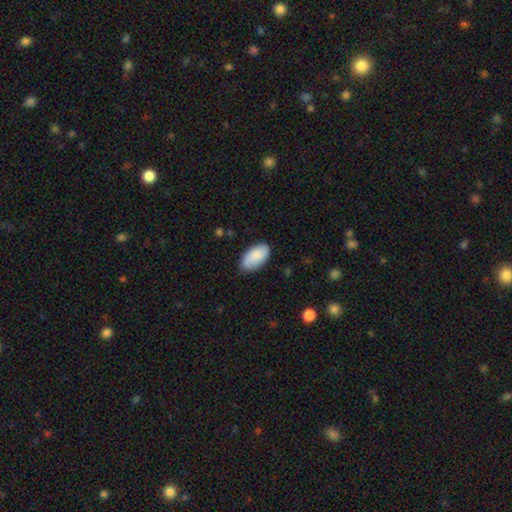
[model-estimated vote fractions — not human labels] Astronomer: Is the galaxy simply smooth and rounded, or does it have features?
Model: smooth — 83%.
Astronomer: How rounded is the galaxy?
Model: in between — 95%.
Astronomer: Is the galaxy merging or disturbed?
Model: none — 75%.